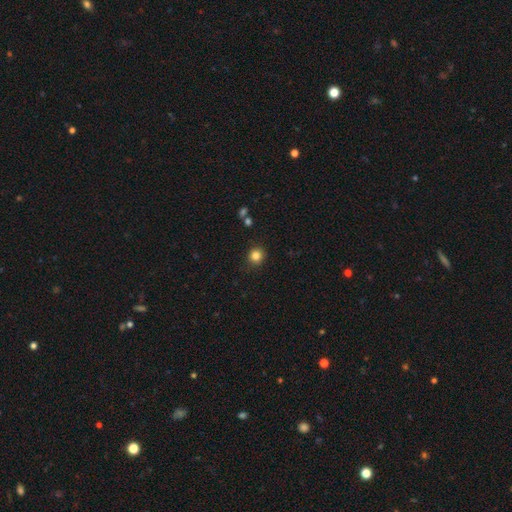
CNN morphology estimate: type=smooth (84%); roundness=round (89%); merging=none (88%).